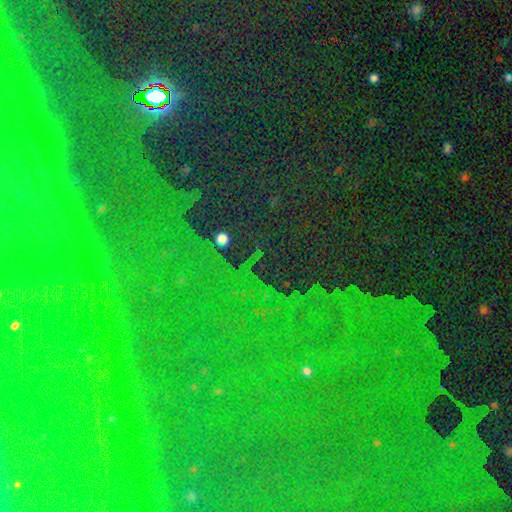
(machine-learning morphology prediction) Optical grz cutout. It shows a star or artifact, not a galaxy (83%).